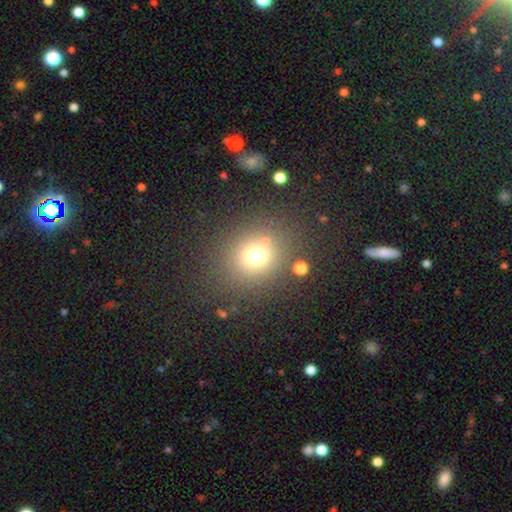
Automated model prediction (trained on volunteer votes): A smooth galaxy with no disk features (69%) that is round (81%).

Vote fractions:
- Smooth or featured? smooth: 69% / star or artifact: 21% / featured or disk: 10%
- How rounded? round: 81% / in between: 18% / cigar-shaped: 1%
- Merging? none: 78% / minor disturbance: 9% / merger: 6% / major disturbance: 6%